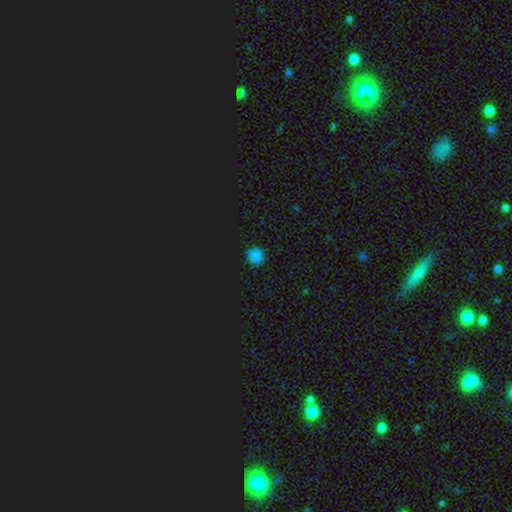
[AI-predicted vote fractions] The model was most divided on "smooth or featured": smooth: 77%, star or artifact: 20%, featured or disk: 3%. More confident: how rounded — round (91%); merging — none (89%).